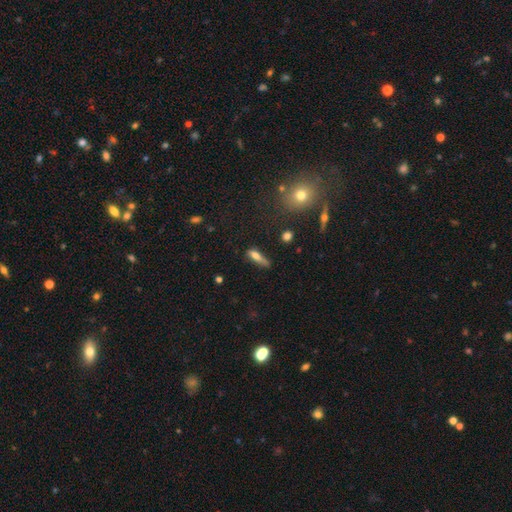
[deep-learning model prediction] A smooth galaxy with no disk features (65%) that is cigar-shaped (62%). Merging: none (50%).